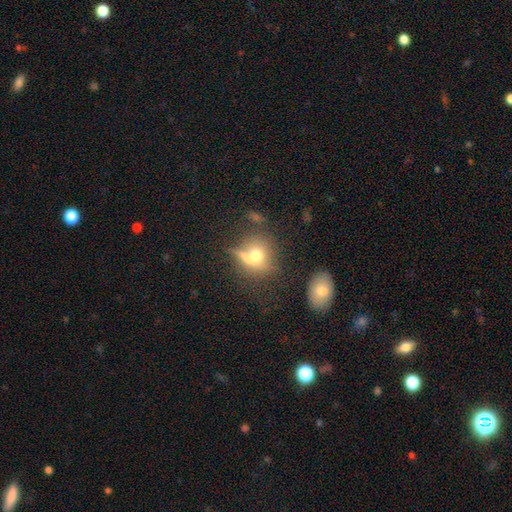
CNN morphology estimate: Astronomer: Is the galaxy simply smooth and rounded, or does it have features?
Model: smooth — 66%.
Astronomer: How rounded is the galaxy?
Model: round — 75%.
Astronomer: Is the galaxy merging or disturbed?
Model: none — 48% (runner-up: merger, 23%).